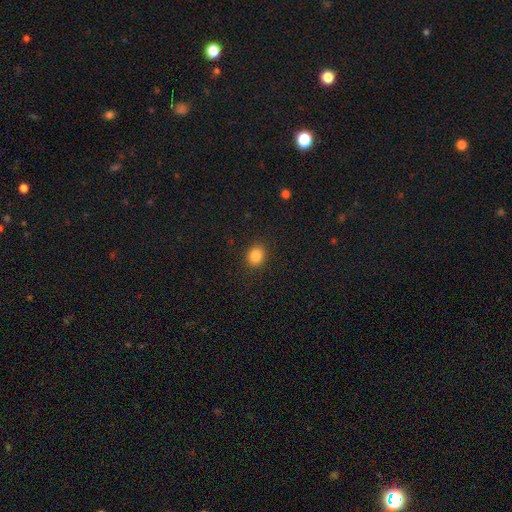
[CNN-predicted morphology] Overall: smooth (85%). How rounded: round (67%; in between 33%). Merging: none (90%).